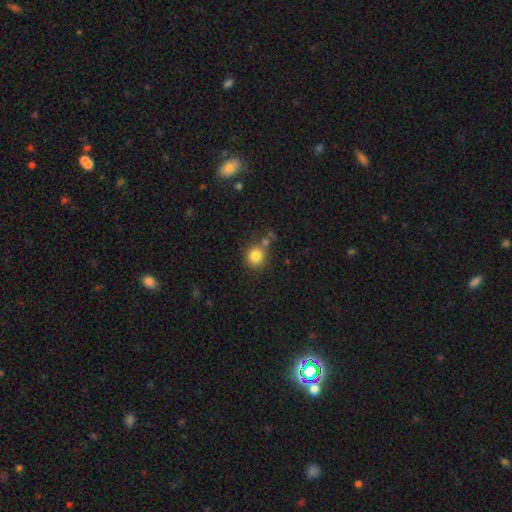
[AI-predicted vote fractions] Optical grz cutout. It shows a smooth galaxy with no disk features (82%) that is round (88%). Merging: none (67%).